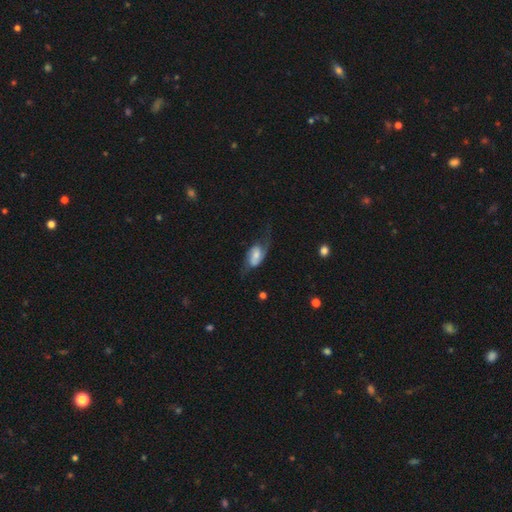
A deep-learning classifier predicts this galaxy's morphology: A featured or disk galaxy (65%) with a weak bar (43%), 2 (86%) loose (54%) spiral arms (90%) and a moderate central bulge (41%). Merging: none (54%).